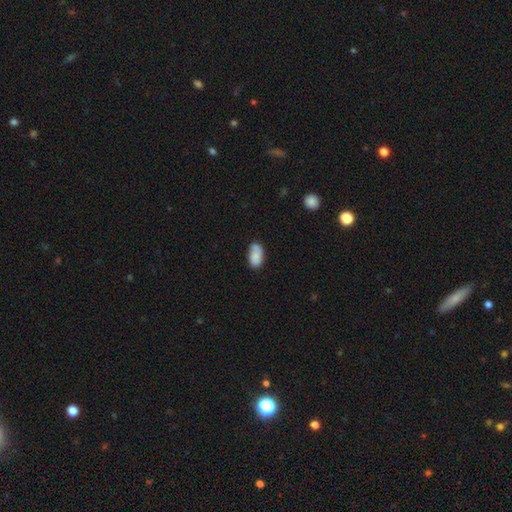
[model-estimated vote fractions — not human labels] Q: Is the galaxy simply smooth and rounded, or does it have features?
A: smooth — 80%.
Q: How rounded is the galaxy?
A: in between — 93%.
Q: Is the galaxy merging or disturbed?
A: none — 61%.